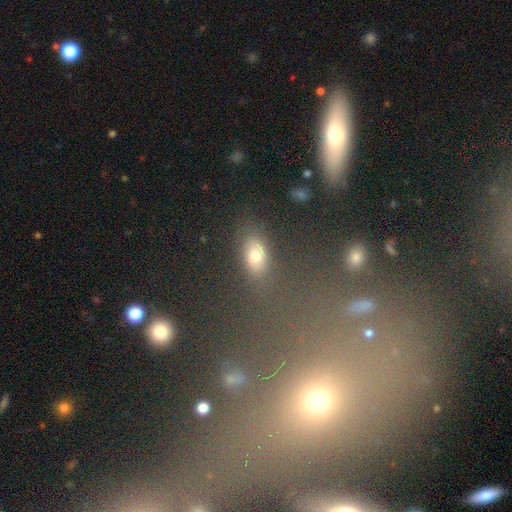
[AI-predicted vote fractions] smooth-or-featured: smooth: 71% | star or artifact: 15% | featured or disk: 14%
  how-rounded: in between: 84% | round: 10% | cigar-shaped: 6%
  merging: none: 82% | minor disturbance: 11% | major disturbance: 4% | merger: 3%